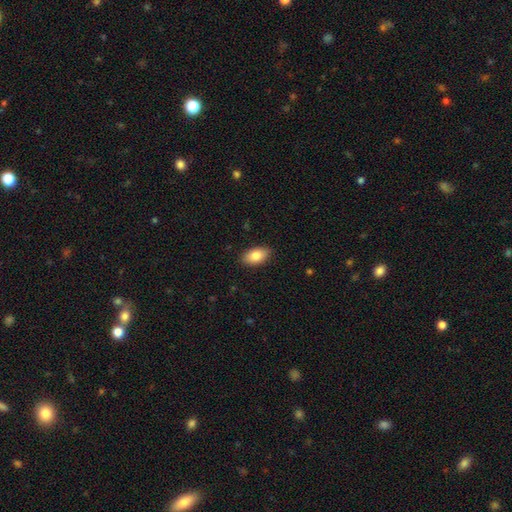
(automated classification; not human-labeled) The model was most divided on "smooth or featured": smooth: 85%, featured or disk: 8%, star or artifact: 7%. More confident: how rounded — in between (93%); merging — none (88%).